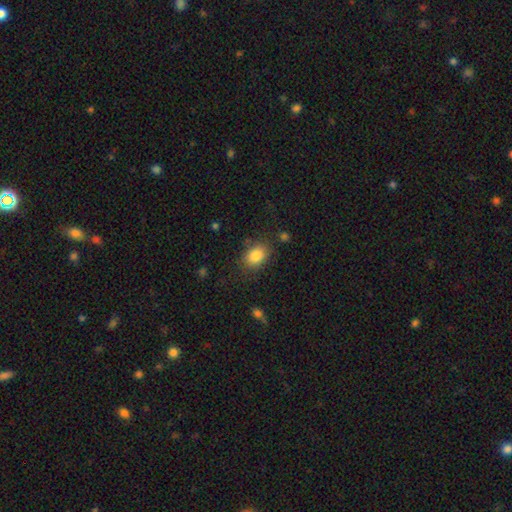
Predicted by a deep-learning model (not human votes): Smooth or featured: smooth — 84% (star or artifact — 9%)
How rounded: in between — 75% (round — 23%)
Merging: none — 78% (minor disturbance — 14%)